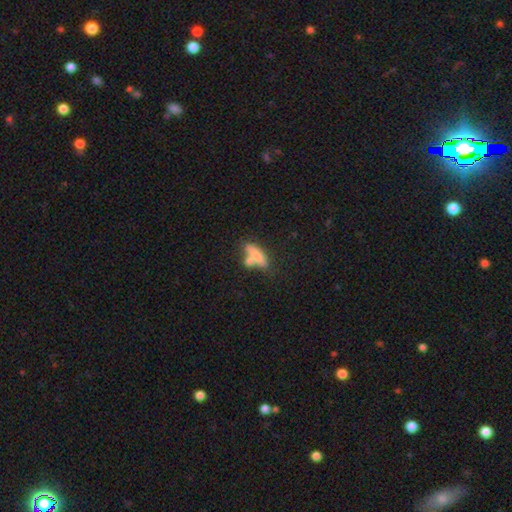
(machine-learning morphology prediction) A smooth galaxy with no disk features (69%) that is cigar-shaped (56%).

Vote fractions:
- Smooth or featured? smooth: 69% / featured or disk: 23% / star or artifact: 8%
- How rounded? cigar-shaped: 56% / in between: 40% / round: 4%
- Merging? none: 51% / merger: 31% / minor disturbance: 14% / major disturbance: 5%